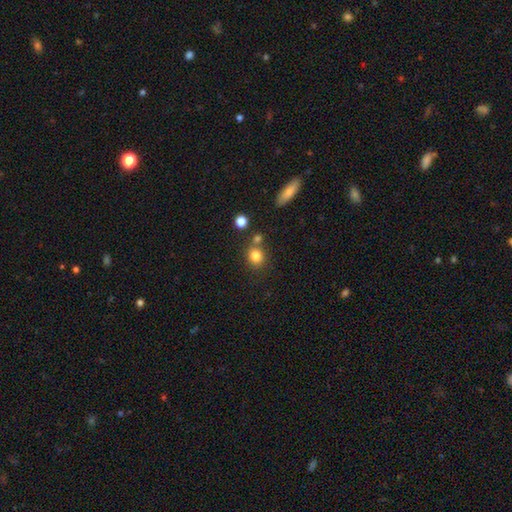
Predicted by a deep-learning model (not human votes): Smooth or featured? Predicted: smooth (p=0.82). How rounded? Predicted: round (p=0.76). Merging? Predicted: none (p=0.67).